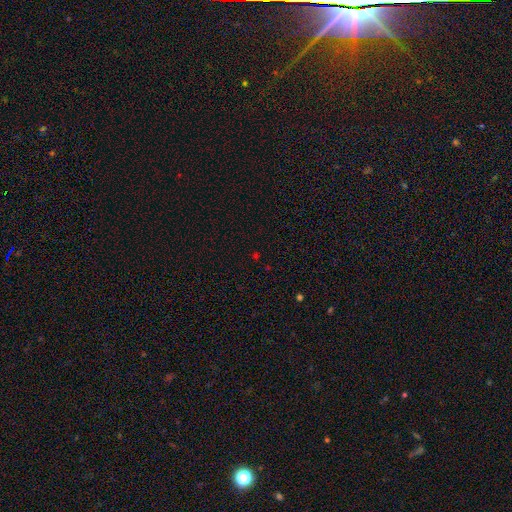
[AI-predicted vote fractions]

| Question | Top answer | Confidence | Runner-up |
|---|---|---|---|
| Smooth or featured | star or artifact | 60% | smooth (33%) |